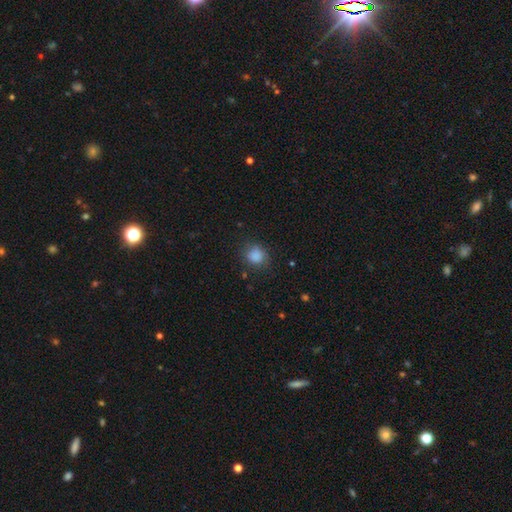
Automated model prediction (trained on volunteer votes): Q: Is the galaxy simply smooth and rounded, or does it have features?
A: smooth — 86%.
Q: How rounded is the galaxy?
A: round — 77%.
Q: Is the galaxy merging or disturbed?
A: none — 79%.